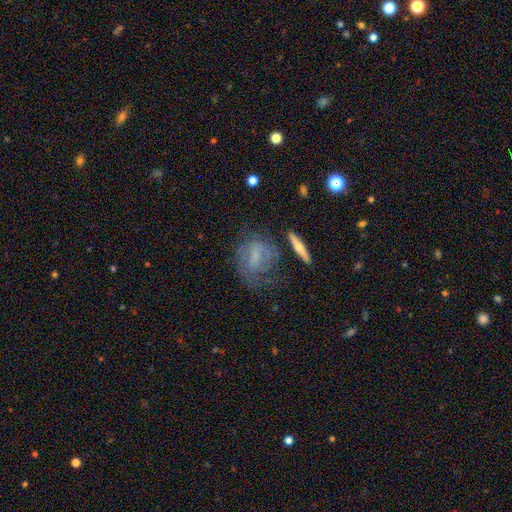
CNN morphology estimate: Smooth or featured?
  - featured or disk: 52% *
  - smooth: 37%
  - star or artifact: 11%
Edge-on disk?
  - no: 85% *
  - yes: 15%
Merging?
  - none: 49% *
  - minor disturbance: 23%
  - major disturbance: 23%
  - merger: 5%